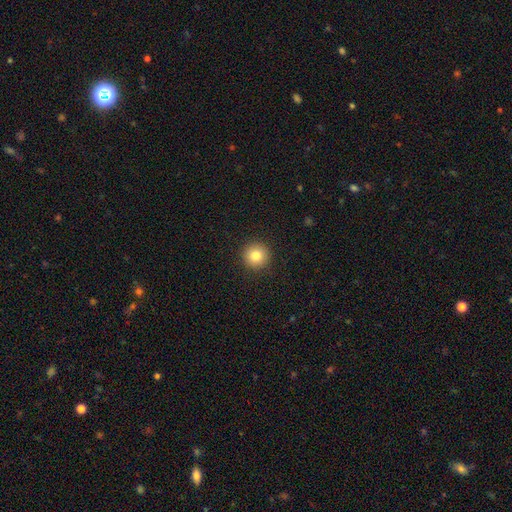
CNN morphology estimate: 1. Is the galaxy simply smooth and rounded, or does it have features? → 83% smooth, 10% star or artifact, 7% featured or disk.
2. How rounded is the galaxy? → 95% round, 4% in between, 1% cigar-shaped.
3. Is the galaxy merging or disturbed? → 92% none, 5% minor disturbance, 2% major disturbance, 1% merger.